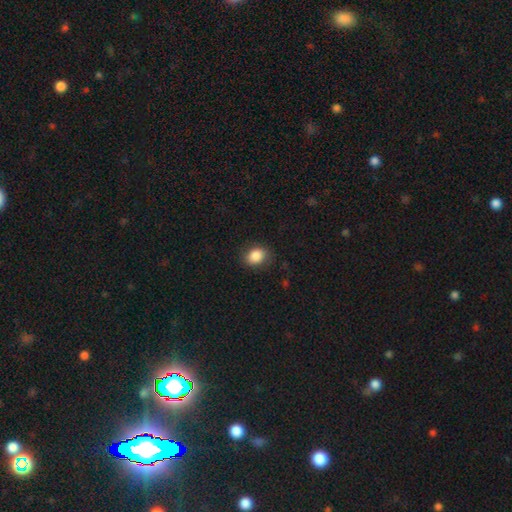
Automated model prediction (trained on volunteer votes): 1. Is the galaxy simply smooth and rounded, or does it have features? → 87% smooth, 9% star or artifact, 4% featured or disk.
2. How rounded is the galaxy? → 58% in between, 41% round, 1% cigar-shaped.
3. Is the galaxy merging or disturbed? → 83% none, 12% minor disturbance, 3% major disturbance, 1% merger.